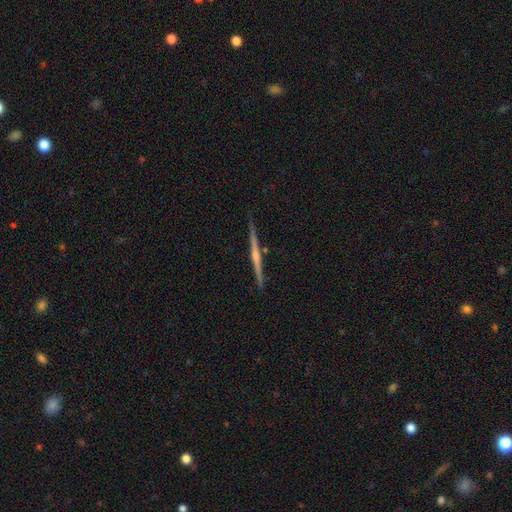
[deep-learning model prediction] Smooth or featured? featured or disk (76%)
Edge-on disk? yes (98%)
Edge-on bulge? rounded (61%)
Merging? none (89%)